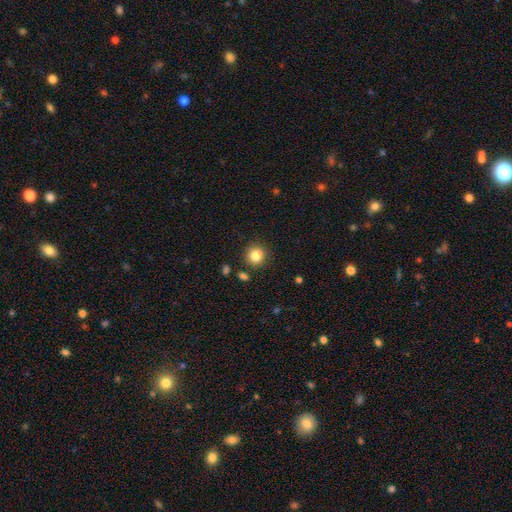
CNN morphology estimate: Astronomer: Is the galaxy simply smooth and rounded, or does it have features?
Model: smooth — 85%.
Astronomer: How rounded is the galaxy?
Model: round — 90%.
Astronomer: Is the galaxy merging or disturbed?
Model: none — 87%.